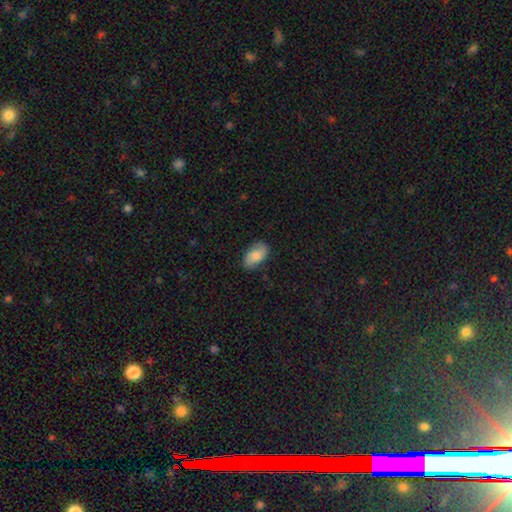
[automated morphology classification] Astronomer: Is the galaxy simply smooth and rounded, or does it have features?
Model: smooth — 73%.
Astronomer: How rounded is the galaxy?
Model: in between — 94%.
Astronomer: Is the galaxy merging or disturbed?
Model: none — 78%.